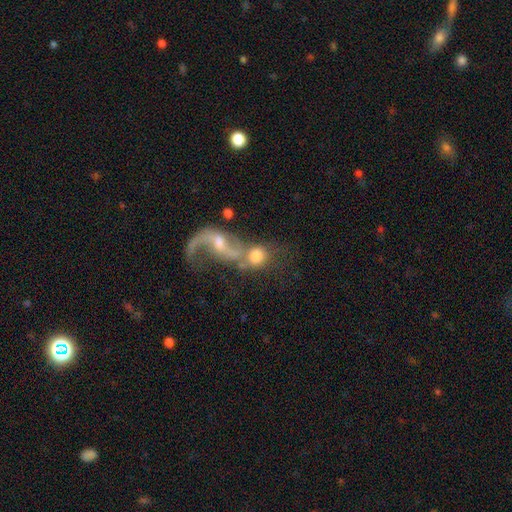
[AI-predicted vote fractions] Overall: featured or disk (52%; smooth 37%). Edge-on disk: no (94%). Merging: merger (55%; none 24%).